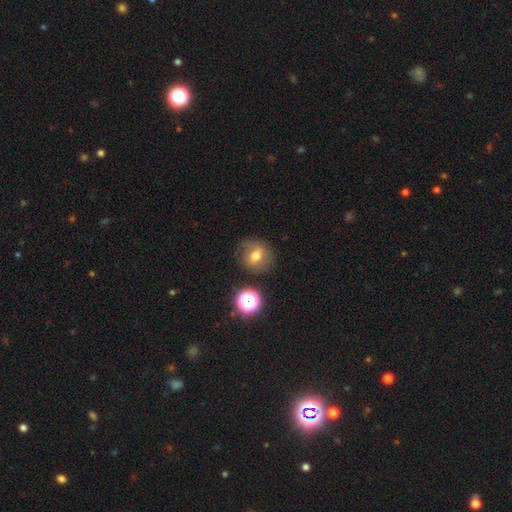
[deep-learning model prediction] Smooth or featured?
  - smooth: 60% *
  - featured or disk: 25%
  - star or artifact: 16%
How rounded?
  - round: 77% *
  - in between: 22%
  - cigar-shaped: 1%
Merging?
  - none: 75% *
  - minor disturbance: 16%
  - major disturbance: 6%
  - merger: 3%